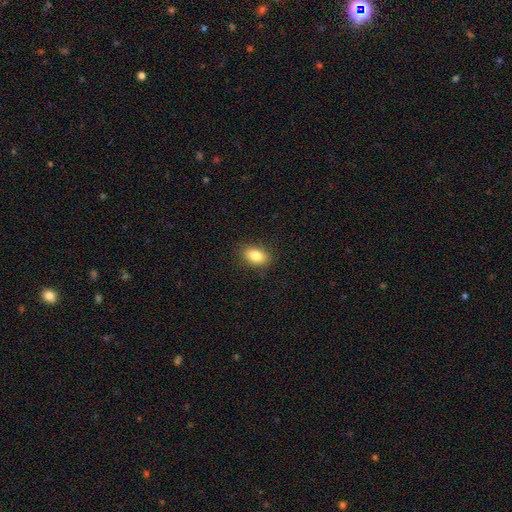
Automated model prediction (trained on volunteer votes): A smooth galaxy with no disk features (83%) that is in between round and cigar-shaped (86%).

Vote fractions:
- Smooth or featured? smooth: 83% / star or artifact: 9% / featured or disk: 8%
- How rounded? in between: 86% / round: 12% / cigar-shaped: 2%
- Merging? none: 87% / minor disturbance: 10% / major disturbance: 3% / merger: 1%